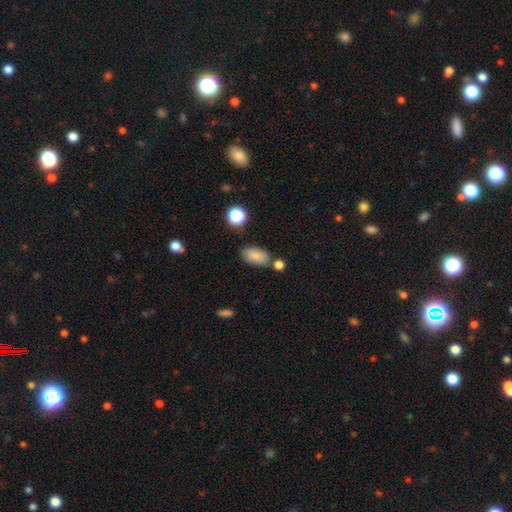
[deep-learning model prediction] Morphology: type=smooth (83%); roundness=in between (91%); merging=none (71%).